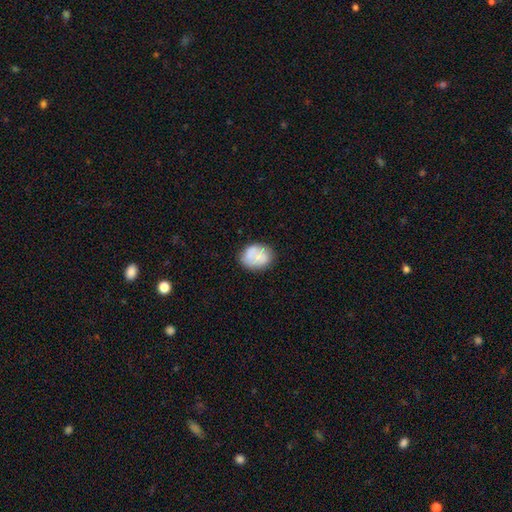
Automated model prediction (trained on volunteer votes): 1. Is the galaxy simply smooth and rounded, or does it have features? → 72% smooth, 21% featured or disk, 8% star or artifact.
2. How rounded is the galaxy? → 52% round, 47% in between, 1% cigar-shaped.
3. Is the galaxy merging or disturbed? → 64% none, 21% minor disturbance, 9% merger, 6% major disturbance.